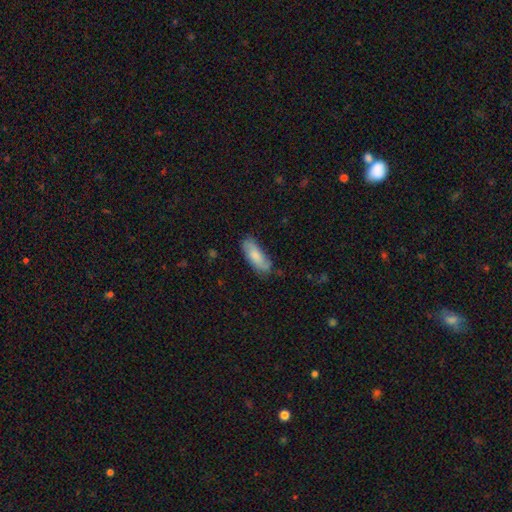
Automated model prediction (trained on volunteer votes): This is likely a smooth galaxy (77%). How rounded: likely in between (68%). Merging: likely none (73%).